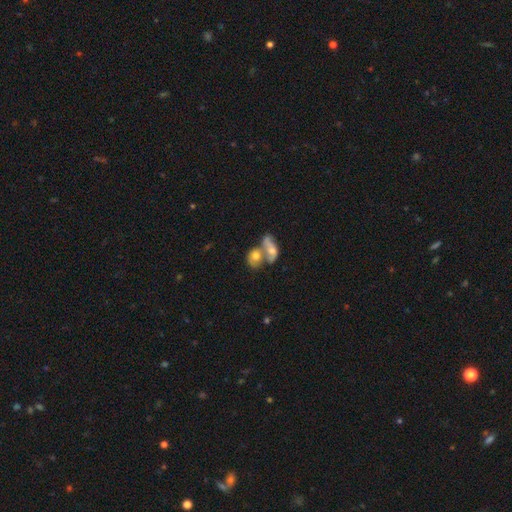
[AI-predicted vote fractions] smooth-or-featured: smooth: 60% | featured or disk: 30% | star or artifact: 10%
  how-rounded: in between: 56% | round: 41% | cigar-shaped: 3%
  merging: merger: 66% | none: 20% | minor disturbance: 8% | major disturbance: 6%